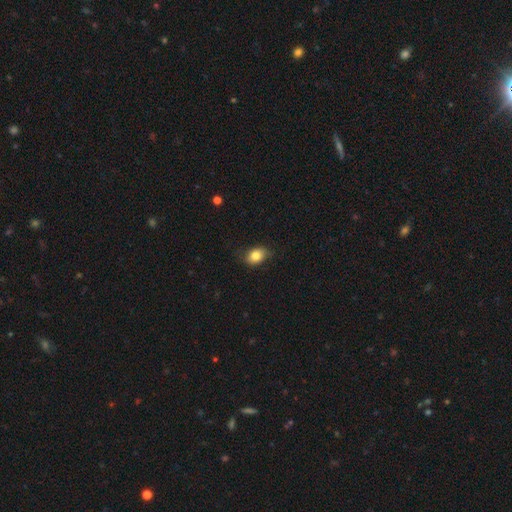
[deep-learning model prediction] Q: Smooth or featured?
A: smooth (82%); runner-up: featured or disk (10%)
Q: How rounded?
A: in between (73%); runner-up: round (25%)
Q: Merging?
A: none (74%); runner-up: minor disturbance (21%)